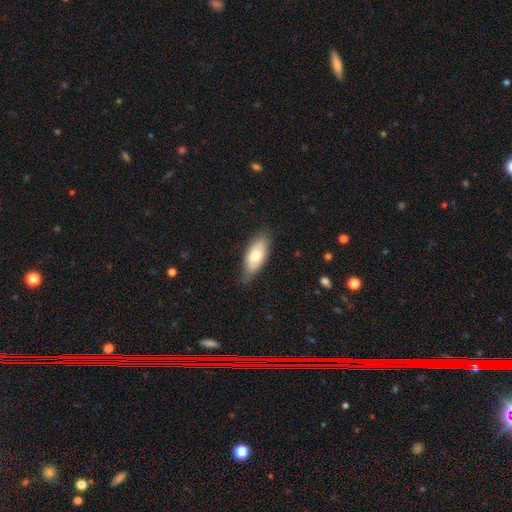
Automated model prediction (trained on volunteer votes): Overall: smooth (70%). How rounded: in between (85%). Merging: none (73%).